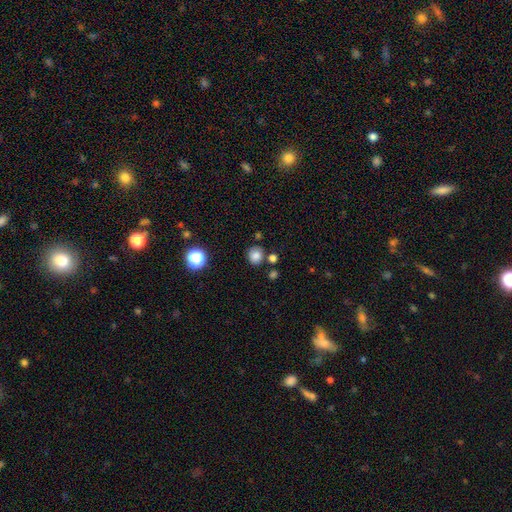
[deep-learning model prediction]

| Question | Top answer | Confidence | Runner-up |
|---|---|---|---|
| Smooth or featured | smooth | 81% | star or artifact (13%) |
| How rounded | round | 85% | in between (14%) |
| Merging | none | 78% | minor disturbance (11%) |